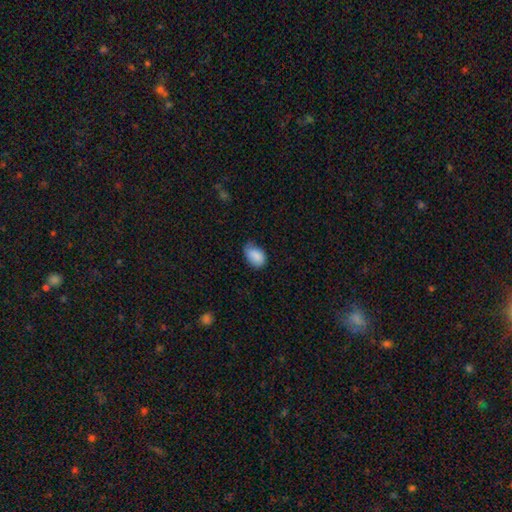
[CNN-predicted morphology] A smooth galaxy with no disk features (88%) that is in between round and cigar-shaped (88%).

Vote fractions:
- Smooth or featured? smooth: 88% / star or artifact: 7% / featured or disk: 5%
- How rounded? in between: 88% / round: 11% / cigar-shaped: 1%
- Merging? none: 57% / minor disturbance: 35% / major disturbance: 6% / merger: 1%